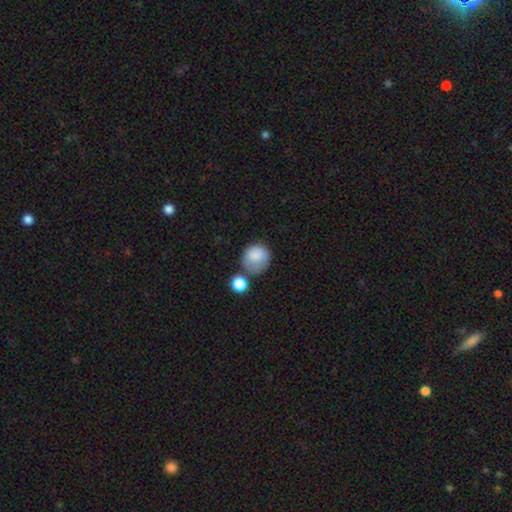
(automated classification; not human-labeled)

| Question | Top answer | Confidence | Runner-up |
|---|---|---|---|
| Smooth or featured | smooth | 82% | featured or disk (9%) |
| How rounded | round | 84% | in between (15%) |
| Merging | none | 50% | minor disturbance (24%) |